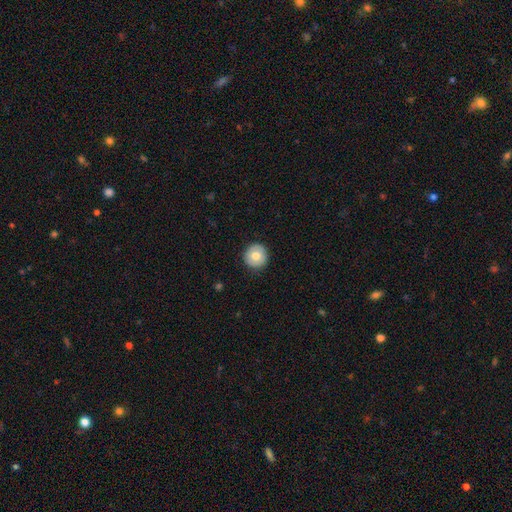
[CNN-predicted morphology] Smooth or featured?
  - smooth: 70% *
  - featured or disk: 23%
  - star or artifact: 8%
How rounded?
  - round: 95% *
  - in between: 4%
  - cigar-shaped: 1%
Merging?
  - none: 90% *
  - minor disturbance: 7%
  - major disturbance: 2%
  - merger: 1%